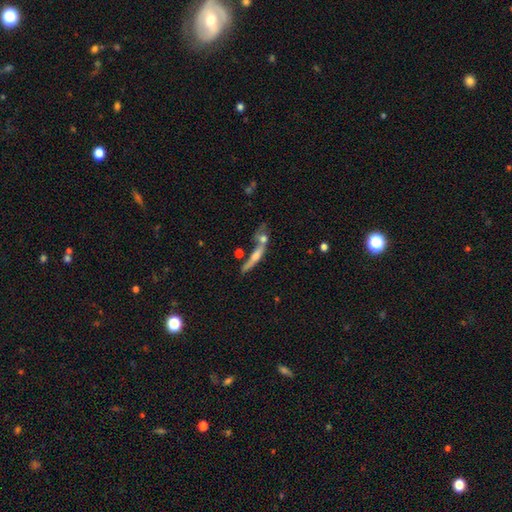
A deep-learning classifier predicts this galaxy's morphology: smooth_or_featured: featured or disk (p=0.57) [alt: smooth p=0.34]
disk_edge_on: yes (p=0.85) [alt: no p=0.15]
merging: none (p=0.43) [alt: merger p=0.37]